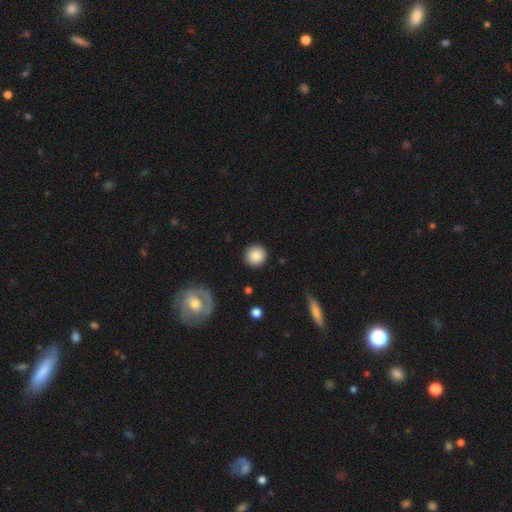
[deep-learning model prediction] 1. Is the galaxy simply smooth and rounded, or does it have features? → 86% smooth, 8% star or artifact, 7% featured or disk.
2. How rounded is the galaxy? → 94% round, 5% in between, 1% cigar-shaped.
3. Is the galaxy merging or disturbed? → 91% none, 6% minor disturbance, 2% major disturbance, 1% merger.